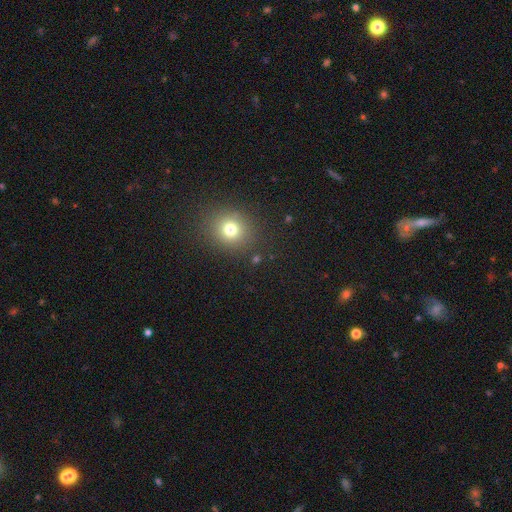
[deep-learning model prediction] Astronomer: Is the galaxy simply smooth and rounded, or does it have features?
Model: smooth — 70%.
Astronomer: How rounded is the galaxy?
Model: round — 81%.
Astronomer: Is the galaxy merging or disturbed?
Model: none — 89%.